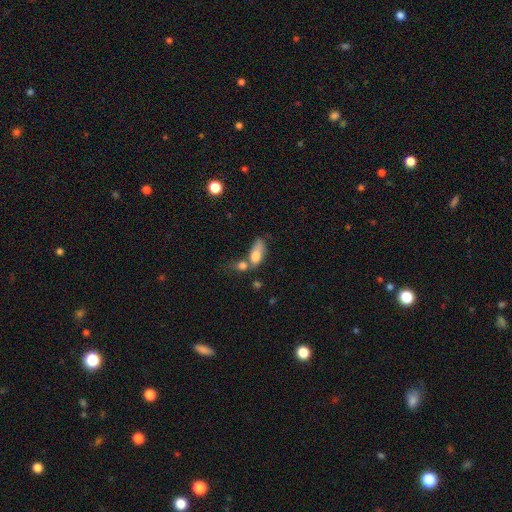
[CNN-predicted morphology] Overall: smooth (74%). How rounded: in between (77%). Merging: merger (51%; none 21%).